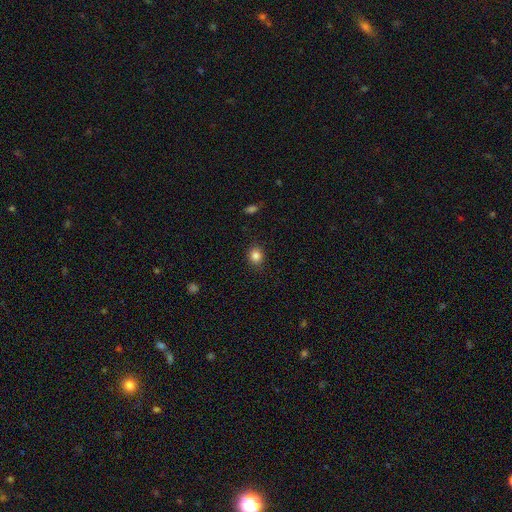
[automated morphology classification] Smooth or featured?
  - smooth: 85% *
  - star or artifact: 11%
  - featured or disk: 5%
How rounded?
  - round: 76% *
  - in between: 23%
  - cigar-shaped: 1%
Merging?
  - none: 88% *
  - minor disturbance: 9%
  - major disturbance: 2%
  - merger: 1%